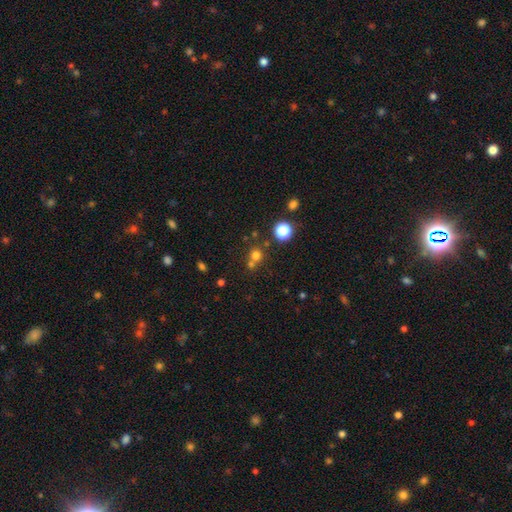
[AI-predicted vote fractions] Overall: smooth (68%). How rounded: round (88%). Merging: none (57%; merger 33%).